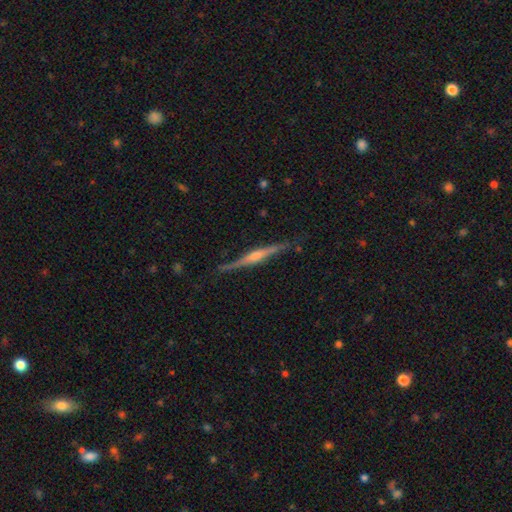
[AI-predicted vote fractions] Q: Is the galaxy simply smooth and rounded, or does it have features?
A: featured or disk — 85%.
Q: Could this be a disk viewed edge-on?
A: yes — 98%.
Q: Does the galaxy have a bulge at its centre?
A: rounded — 85%.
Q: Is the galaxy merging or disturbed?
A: none — 86%.